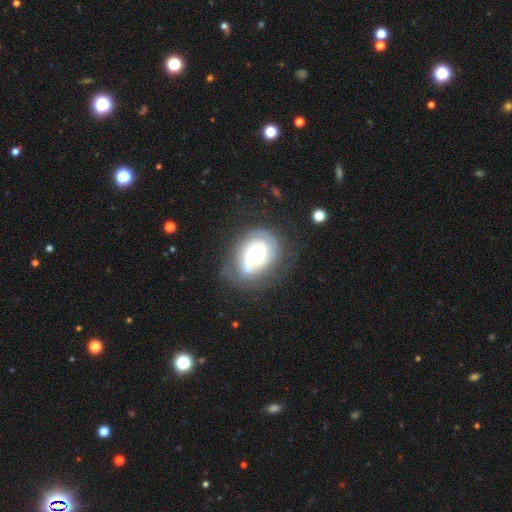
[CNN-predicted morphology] featured or disk 81%, smooth 13%, star or artifact 6%. Down the decision tree: edge-on disk — no (98%); bar — no (41%); spiral arms — yes (93%); spiral arm count — 2 (64%); spiral winding — tight (54%); bulge size — large (42%); merging — none (66%).